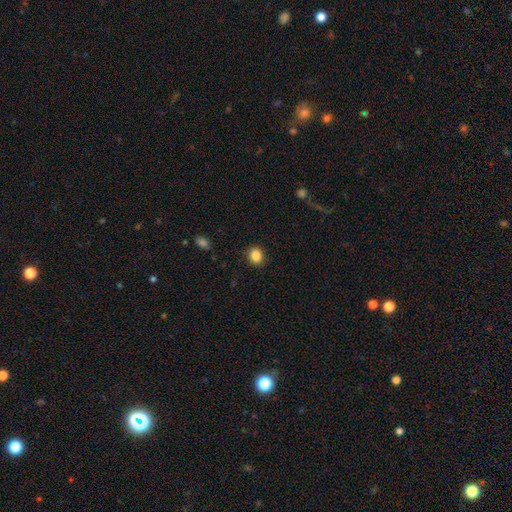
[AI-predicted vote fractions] Smooth or featured: smooth — 86% (star or artifact — 10%)
How rounded: round — 72% (in between — 27%)
Merging: none — 89% (minor disturbance — 8%)